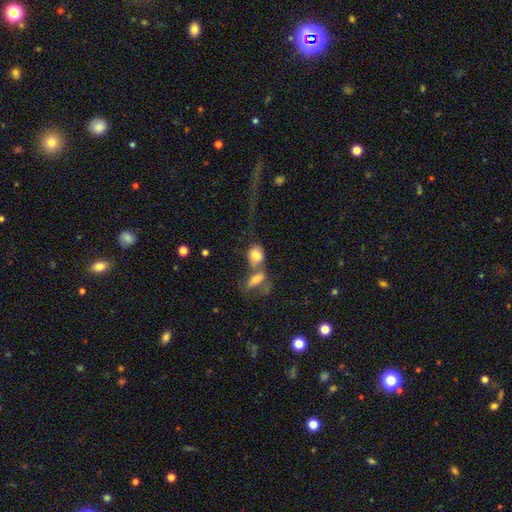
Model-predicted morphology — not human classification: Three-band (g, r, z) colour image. It shows a smooth galaxy with no disk features (76%) that is in between round and cigar-shaped (71%). Merging: merger (63%).